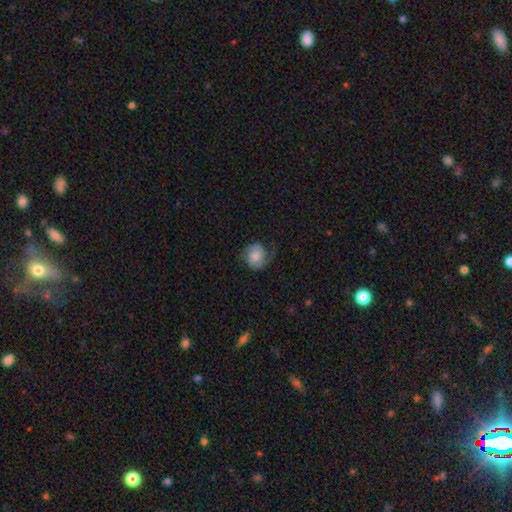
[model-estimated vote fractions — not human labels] Smooth or featured? Predicted: featured or disk (p=0.66). Edge-on disk? Predicted: no (p=0.98). Bar? Predicted: no (p=0.71). Spiral arms? Predicted: yes (p=0.95). Spiral winding? Predicted: medium (p=0.43). Spiral arm count? Predicted: 2 (p=0.85). Bulge size? Predicted: moderate (p=0.46). Merging? Predicted: none (p=0.69).